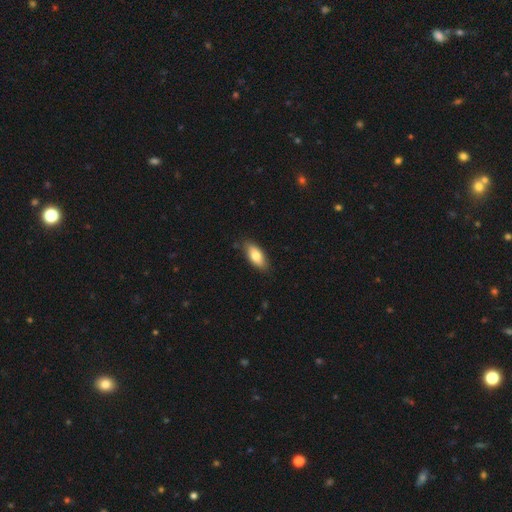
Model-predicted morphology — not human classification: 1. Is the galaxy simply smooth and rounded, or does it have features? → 77% smooth, 16% featured or disk, 6% star or artifact.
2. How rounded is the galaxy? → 84% in between, 14% cigar-shaped, 3% round.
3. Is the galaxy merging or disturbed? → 84% none, 13% minor disturbance, 2% major disturbance, 1% merger.